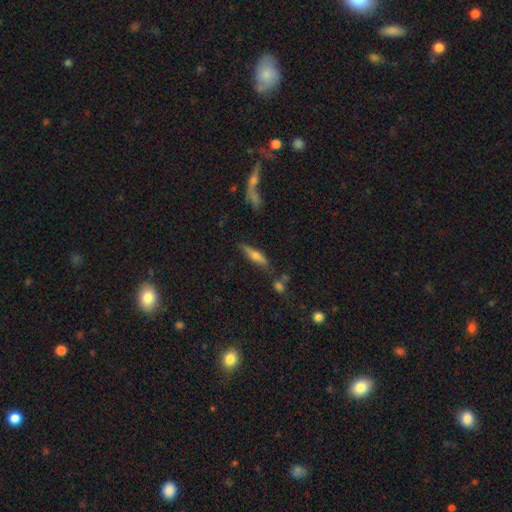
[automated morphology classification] Overall: smooth (55%; featured or disk 37%). How rounded: cigar-shaped (68%; in between 29%). Merging: none (73%).